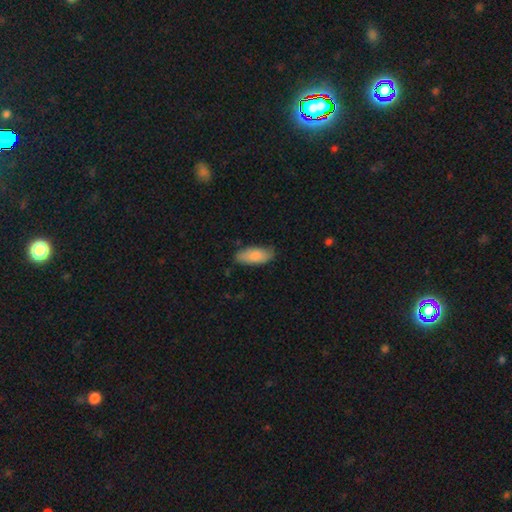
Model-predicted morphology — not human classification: smooth 83%, featured or disk 11%, star or artifact 6%. Down the decision tree: how rounded — in between (84%); merging — none (76%).